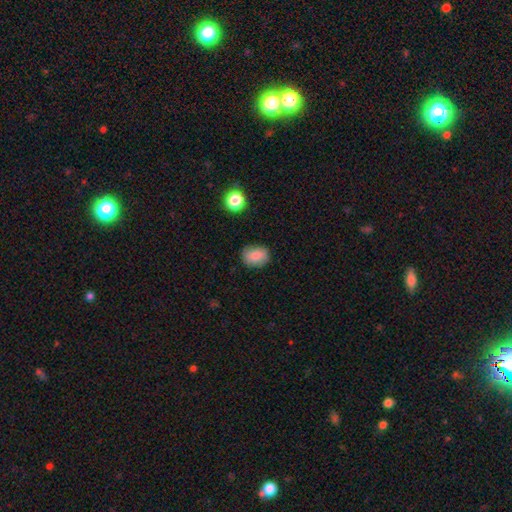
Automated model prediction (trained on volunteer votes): Morphology: type=smooth (83%); roundness=in between (56%); merging=none (82%).